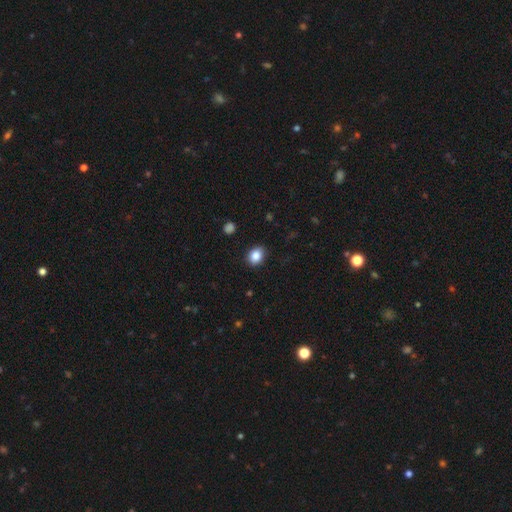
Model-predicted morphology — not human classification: The model was most divided on "how rounded": round: 50%, in between: 49%, cigar-shaped: 1%. More confident: merging — none (88%); smooth or featured — smooth (86%).